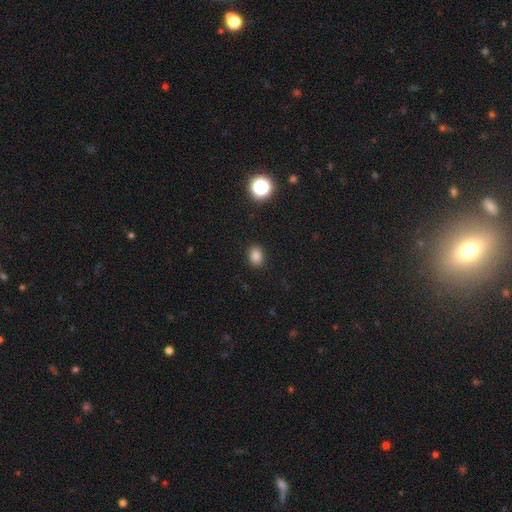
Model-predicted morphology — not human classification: smooth-or-featured: smooth: 83% | star or artifact: 13% | featured or disk: 4%
  how-rounded: in between: 66% | round: 33% | cigar-shaped: 1%
  merging: none: 89% | minor disturbance: 8% | major disturbance: 2% | merger: 1%